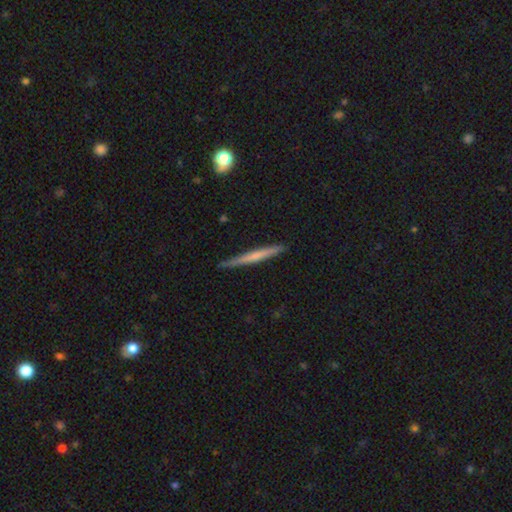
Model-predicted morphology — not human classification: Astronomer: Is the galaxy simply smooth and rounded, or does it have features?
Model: smooth — 51% (runner-up: featured or disk, 43%).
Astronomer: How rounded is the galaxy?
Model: cigar-shaped — 96%.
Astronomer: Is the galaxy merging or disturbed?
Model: none — 88%.